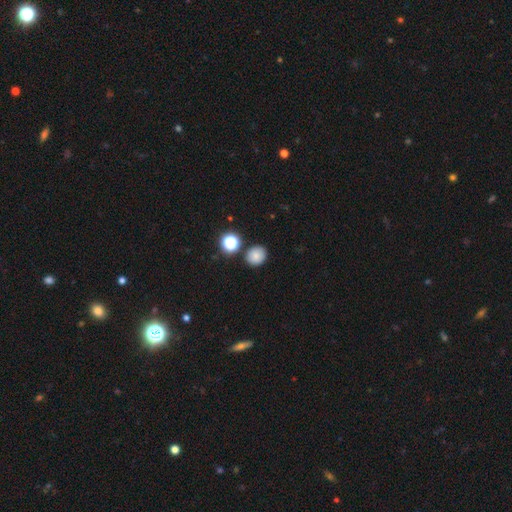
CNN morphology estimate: Smooth or featured? Predicted: smooth (p=0.80). How rounded? Predicted: round (p=0.73). Merging? Predicted: none (p=0.83).